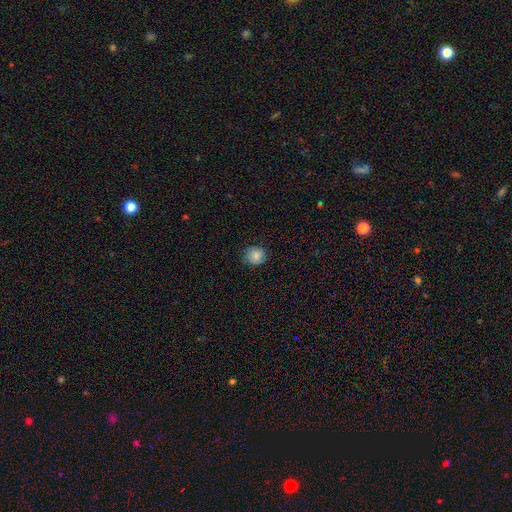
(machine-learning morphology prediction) A smooth galaxy with no disk features (82%) that is round (86%).

Vote fractions:
- Smooth or featured? smooth: 82% / star or artifact: 9% / featured or disk: 9%
- How rounded? round: 86% / in between: 13% / cigar-shaped: 1%
- Merging? none: 82% / minor disturbance: 14% / major disturbance: 3% / merger: 1%